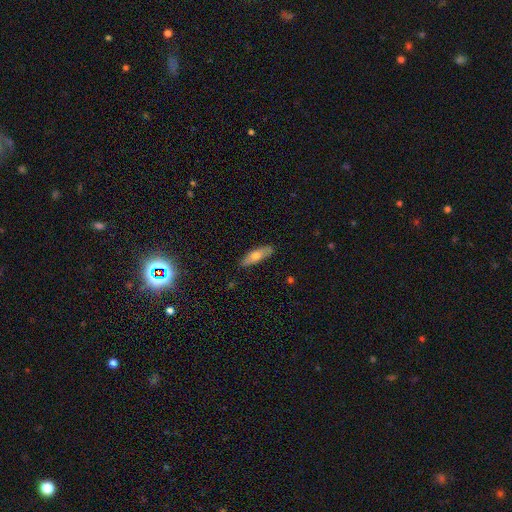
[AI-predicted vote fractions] A smooth galaxy with no disk features (64%) that is cigar-shaped (50%). Merging: none (86%).